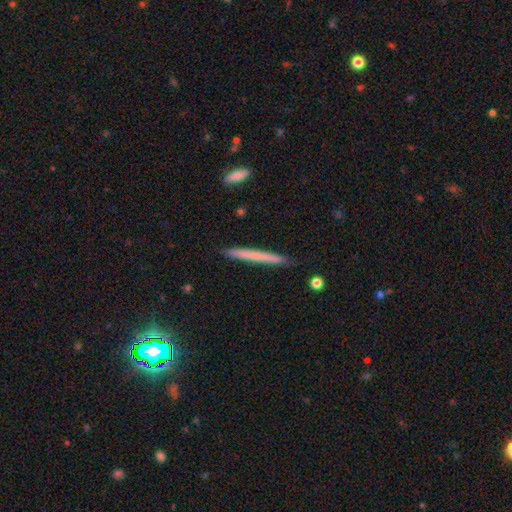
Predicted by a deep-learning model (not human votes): Smooth or featured?
  - smooth: 59% *
  - featured or disk: 34%
  - star or artifact: 7%
How rounded?
  - cigar-shaped: 97% *
  - in between: 2%
  - round: 1%
Merging?
  - none: 90% *
  - minor disturbance: 7%
  - major disturbance: 1%
  - merger: 1%